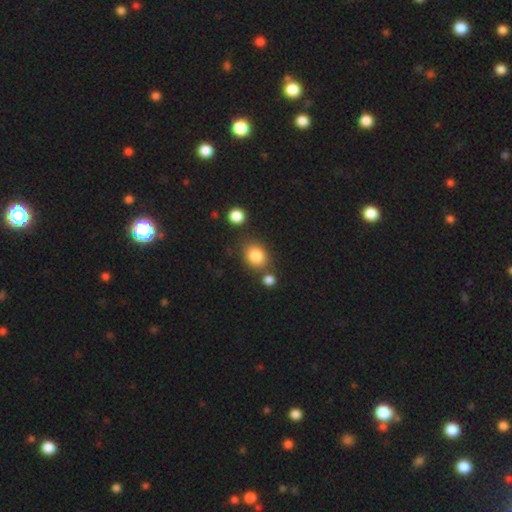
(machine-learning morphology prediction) Smooth or featured: smooth — 83% (star or artifact — 10%)
How rounded: round — 56% (in between — 43%)
Merging: none — 71% (merger — 14%)